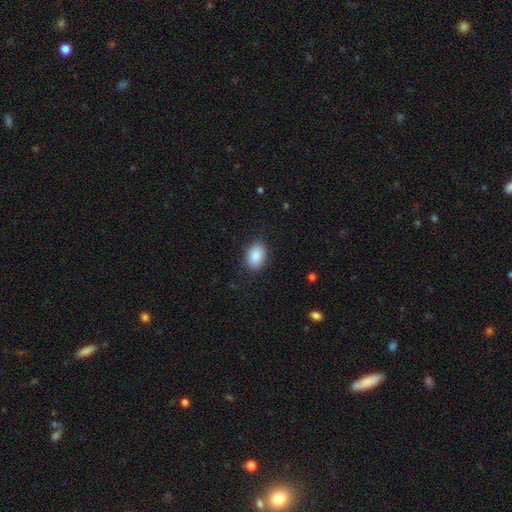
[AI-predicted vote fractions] A smooth galaxy with no disk features (87%) that is in between round and cigar-shaped (85%).

Vote fractions:
- Smooth or featured? smooth: 87% / star or artifact: 7% / featured or disk: 5%
- How rounded? in between: 85% / round: 14% / cigar-shaped: 1%
- Merging? none: 84% / minor disturbance: 12% / major disturbance: 3% / merger: 1%